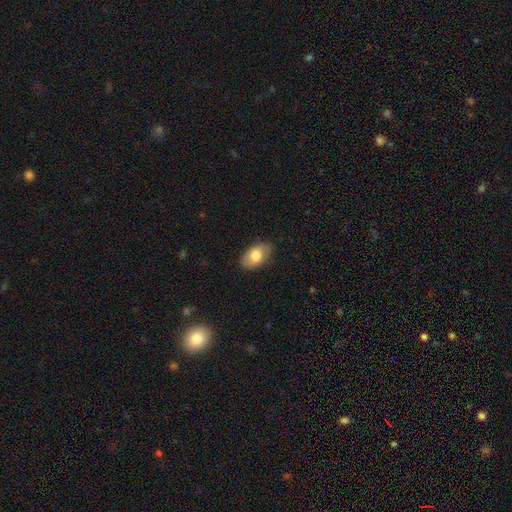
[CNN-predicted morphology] Smooth or featured? smooth (72%)
How rounded? in between (91%)
Merging? none (81%)